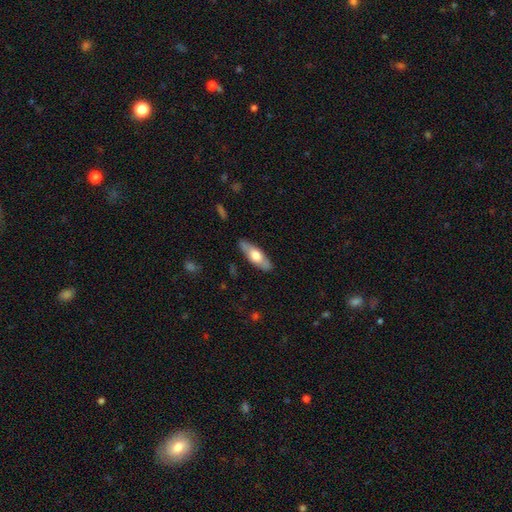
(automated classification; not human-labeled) Overall: smooth (55%; featured or disk 40%). How rounded: in between (60%; cigar-shaped 38%). Merging: none (85%).